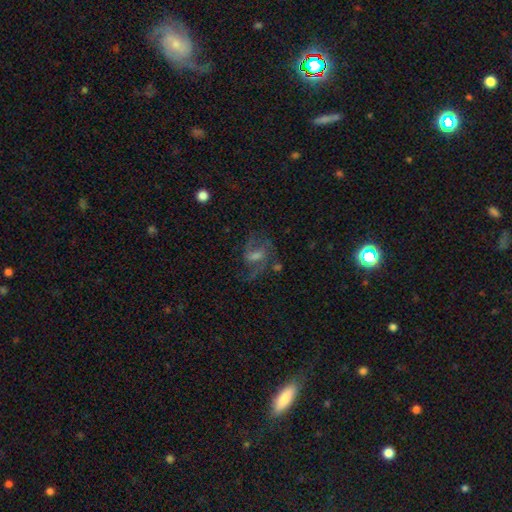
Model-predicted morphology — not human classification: This appears to be a featured or disk galaxy (72%) with a weak bar (52%), 2 (64%) medium (51%) spiral arms (90%) and a moderate central bulge (39%). Merging: none (60%).